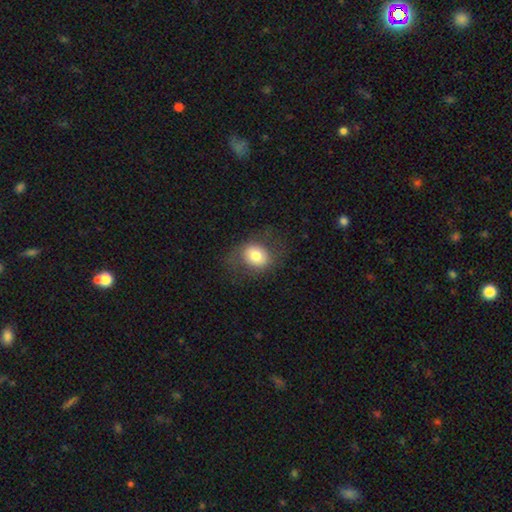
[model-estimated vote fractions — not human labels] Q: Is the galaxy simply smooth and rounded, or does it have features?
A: smooth — 73%.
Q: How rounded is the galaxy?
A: round — 53%.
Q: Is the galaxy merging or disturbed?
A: none — 68%.